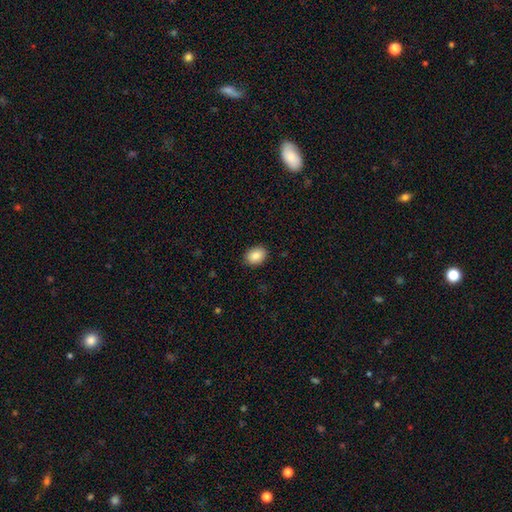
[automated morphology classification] Smooth or featured: smooth — 88% (star or artifact — 8%)
How rounded: in between — 71% (round — 28%)
Merging: none — 89% (minor disturbance — 8%)